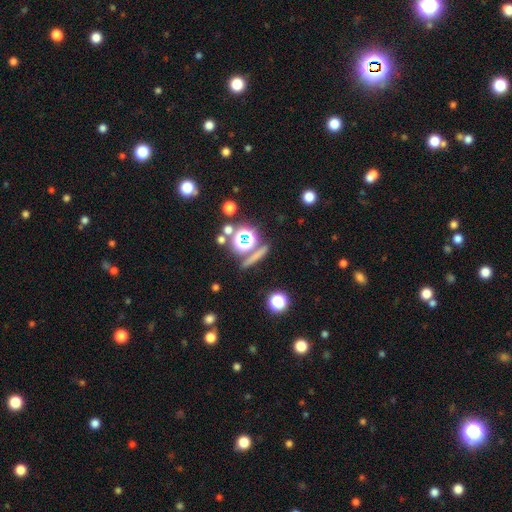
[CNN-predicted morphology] Smooth or featured? smooth (51%)
How rounded? cigar-shaped (58%)
Merging? none (82%)